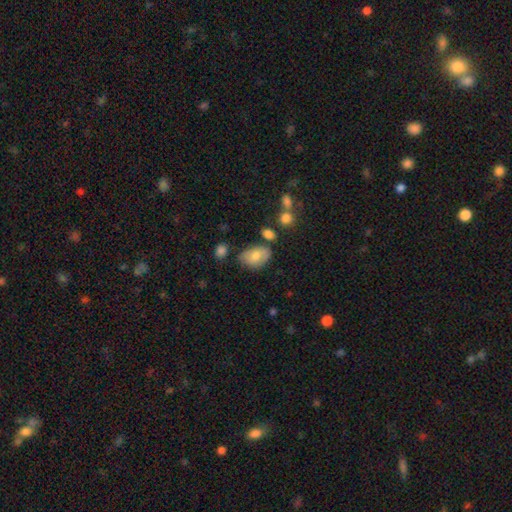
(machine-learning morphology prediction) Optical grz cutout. It shows a smooth galaxy with no disk features (71%) that is in between round and cigar-shaped (86%). Merging: none (62%).